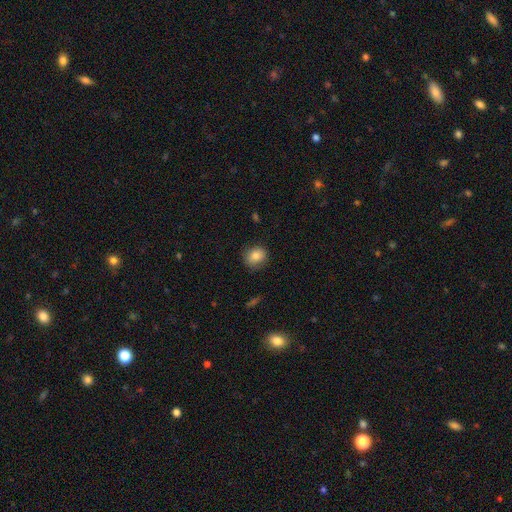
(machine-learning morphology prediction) A smooth galaxy with no disk features (81%) that is round (77%).

Vote fractions:
- Smooth or featured? smooth: 81% / star or artifact: 10% / featured or disk: 9%
- How rounded? round: 77% / in between: 22% / cigar-shaped: 1%
- Merging? none: 83% / minor disturbance: 13% / major disturbance: 3% / merger: 1%